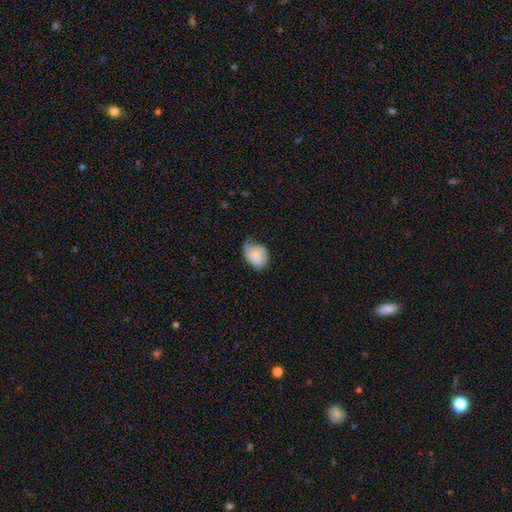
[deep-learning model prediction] A smooth galaxy with no disk features (71%) that is in between round and cigar-shaped (56%).

Vote fractions:
- Smooth or featured? smooth: 71% / featured or disk: 22% / star or artifact: 7%
- How rounded? in between: 56% / round: 43% / cigar-shaped: 1%
- Merging? minor disturbance: 44% / none: 38% / major disturbance: 16% / merger: 2%